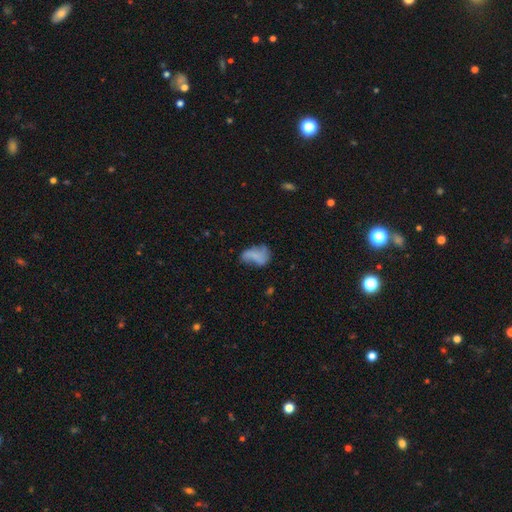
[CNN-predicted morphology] smooth-or-featured: smooth: 54% | featured or disk: 34% | star or artifact: 11%
  how-rounded: in between: 86% | round: 11% | cigar-shaped: 3%
  merging: none: 34% | major disturbance: 30% | minor disturbance: 29% | merger: 7%